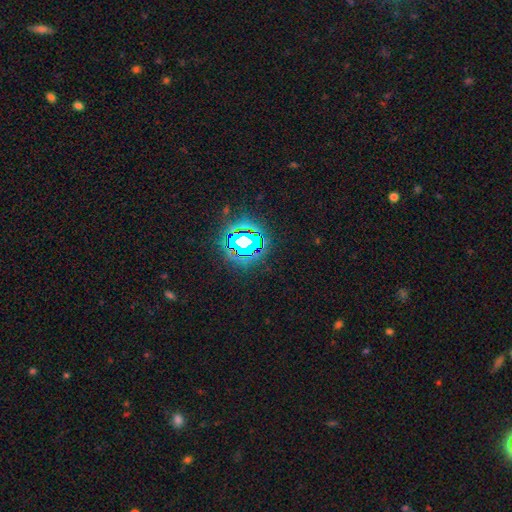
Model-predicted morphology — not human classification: This is clearly a star or artifact rather than a galaxy (84%).